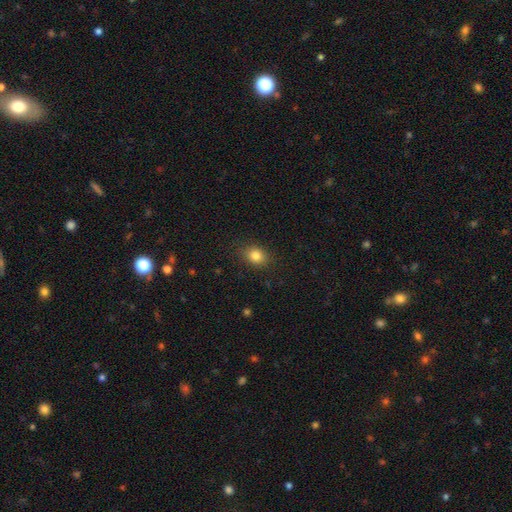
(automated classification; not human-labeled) Overall: smooth (83%). How rounded: in between (51%; round 48%). Merging: none (87%).